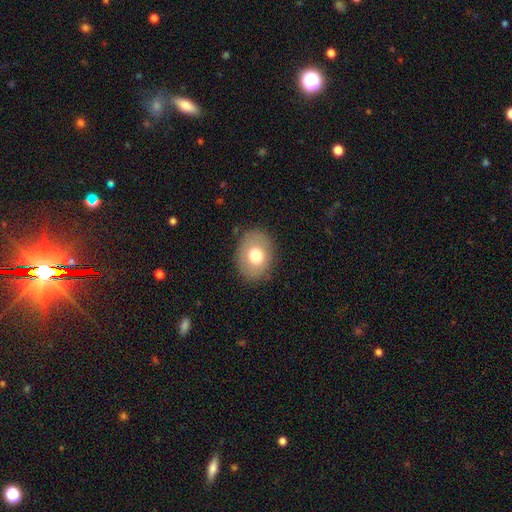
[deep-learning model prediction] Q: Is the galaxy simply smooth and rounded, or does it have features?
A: smooth — 73%.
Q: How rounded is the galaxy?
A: in between — 57%.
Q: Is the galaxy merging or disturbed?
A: none — 84%.